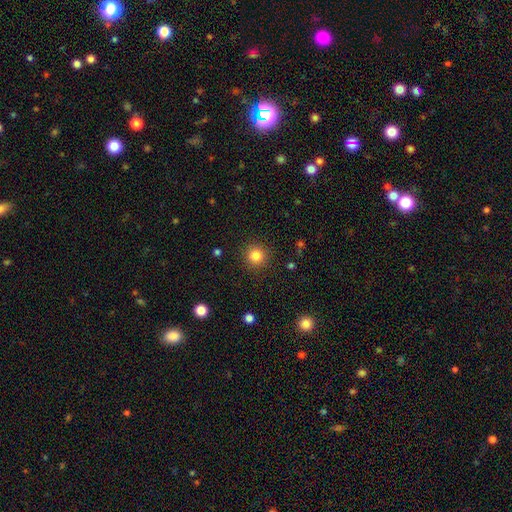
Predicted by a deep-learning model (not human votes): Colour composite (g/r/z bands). It shows a smooth galaxy with no disk features (84%) that is round (93%). Merging: none (89%).